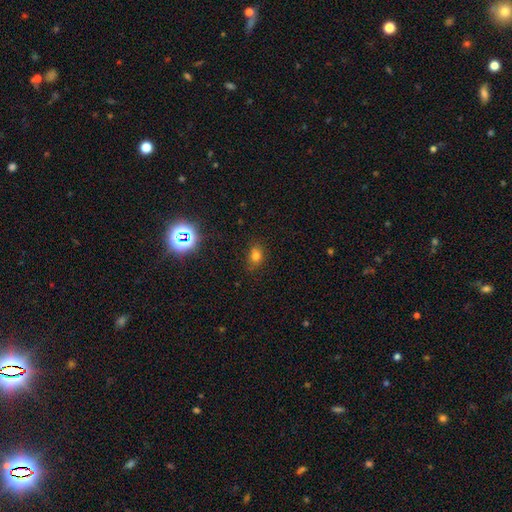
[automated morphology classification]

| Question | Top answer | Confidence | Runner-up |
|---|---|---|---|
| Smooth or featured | smooth | 72% | star or artifact (21%) |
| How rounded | in between | 59% | round (40%) |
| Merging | none | 77% | minor disturbance (16%) |